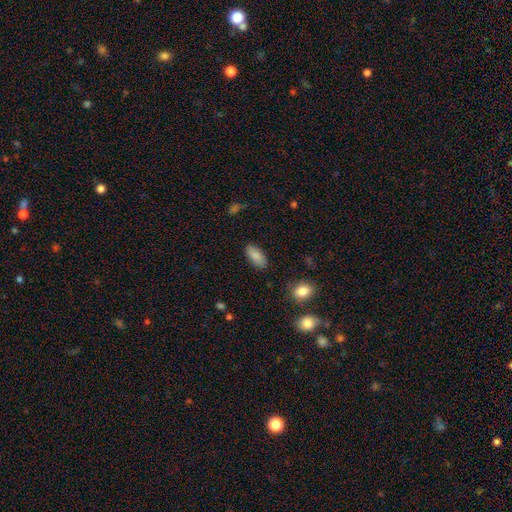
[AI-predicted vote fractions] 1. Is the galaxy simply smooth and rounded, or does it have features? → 85% smooth, 8% featured or disk, 7% star or artifact.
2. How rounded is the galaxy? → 88% in between, 10% cigar-shaped, 2% round.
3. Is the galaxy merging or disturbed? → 86% none, 11% minor disturbance, 2% major disturbance, 1% merger.